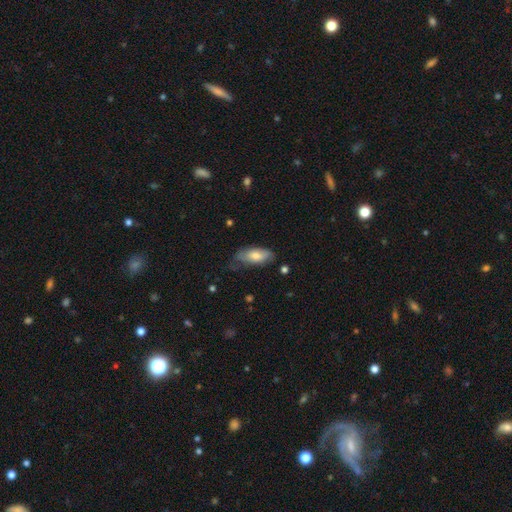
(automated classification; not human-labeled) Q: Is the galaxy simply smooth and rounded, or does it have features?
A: smooth — 69%.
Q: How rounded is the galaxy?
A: in between — 85%.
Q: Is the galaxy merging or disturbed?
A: none — 54%.